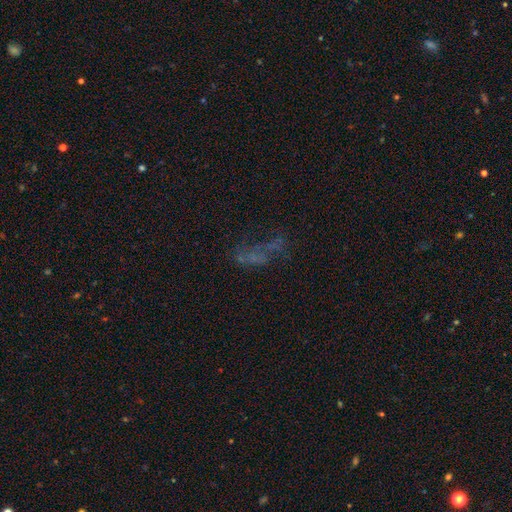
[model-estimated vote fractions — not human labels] The model was most divided on "merging": none: 39%, major disturbance: 35%, minor disturbance: 16%, merger: 10%. Remaining: smooth or featured — featured or disk (39%).